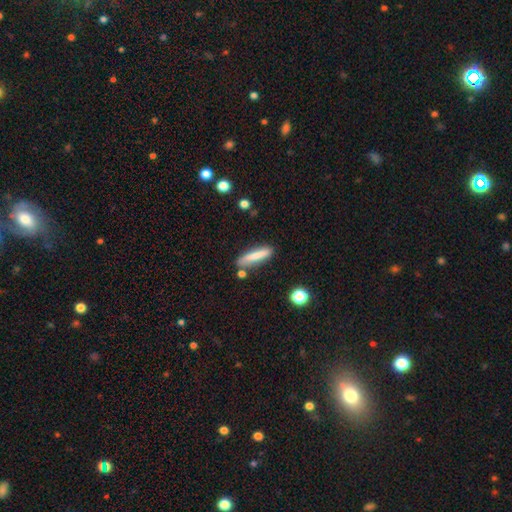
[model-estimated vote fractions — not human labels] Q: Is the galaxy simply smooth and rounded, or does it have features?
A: smooth — 72%.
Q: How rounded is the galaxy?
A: cigar-shaped — 84%.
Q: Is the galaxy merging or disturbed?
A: none — 75%.